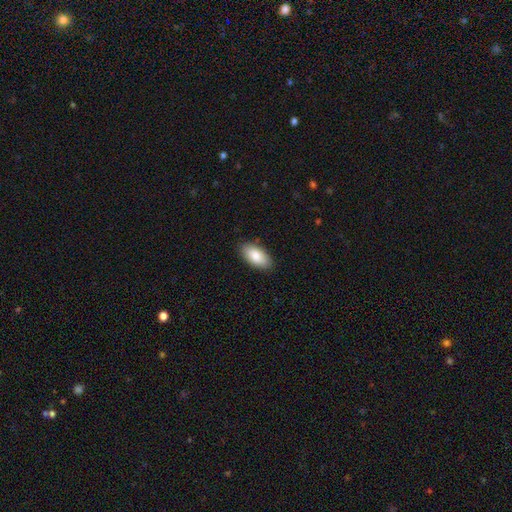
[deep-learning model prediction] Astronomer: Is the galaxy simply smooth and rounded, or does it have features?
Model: smooth — 84%.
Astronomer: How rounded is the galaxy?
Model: in between — 94%.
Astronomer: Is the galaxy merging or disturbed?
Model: none — 88%.